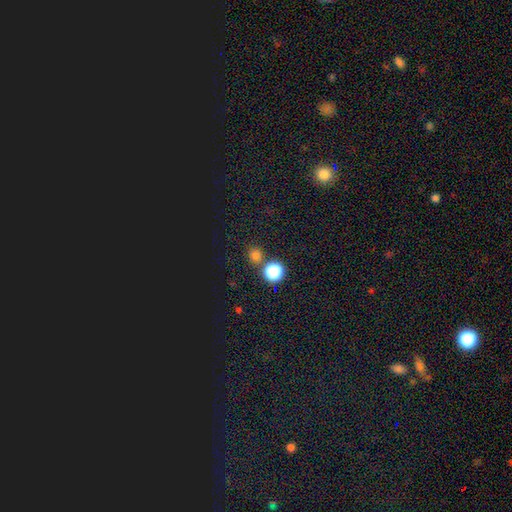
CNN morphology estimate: type=smooth (71%); roundness=round (88%); merging=none (77%).